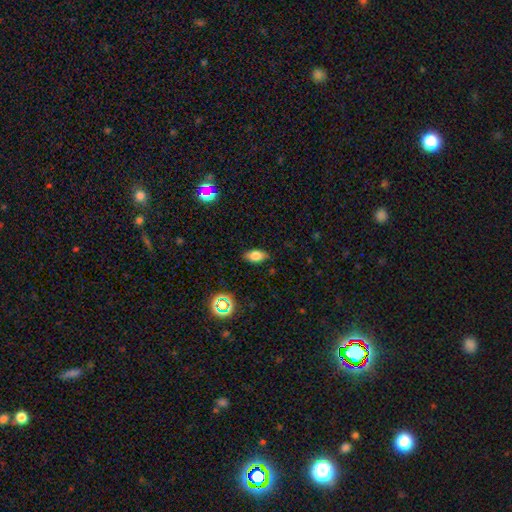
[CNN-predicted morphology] The model was most divided on "smooth or featured": smooth: 76%, star or artifact: 12%, featured or disk: 12%. More confident: how rounded — in between (87%); merging — none (85%).